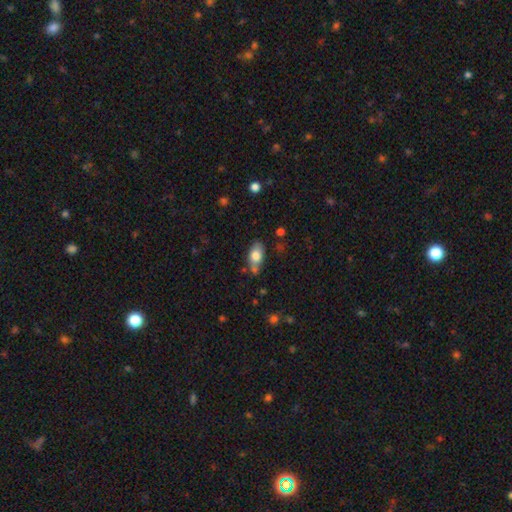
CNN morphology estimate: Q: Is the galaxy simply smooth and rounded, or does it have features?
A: smooth — 75%.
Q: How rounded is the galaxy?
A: in between — 88%.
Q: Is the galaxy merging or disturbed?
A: none — 62%.